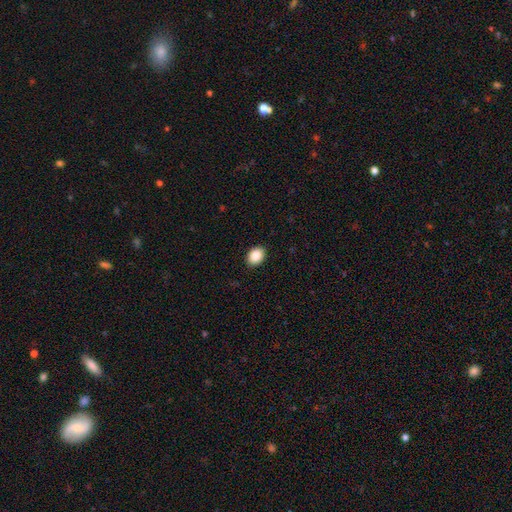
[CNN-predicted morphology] smooth_or_featured: smooth (p=0.88) [alt: star or artifact p=0.08]
how_rounded: in between (p=0.72) [alt: round p=0.27]
merging: none (p=0.90) [alt: minor disturbance p=0.07]